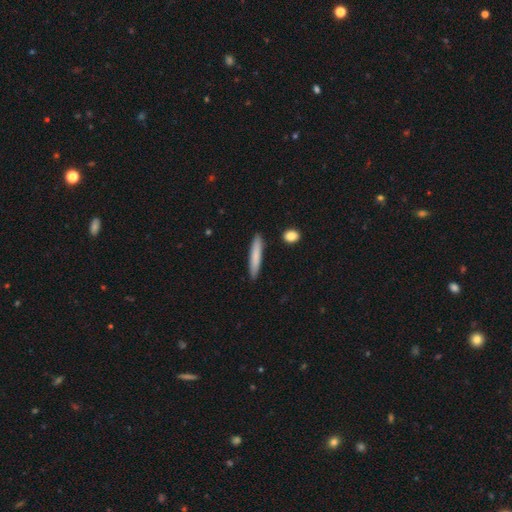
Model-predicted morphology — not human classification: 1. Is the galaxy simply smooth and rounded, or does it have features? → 80% smooth, 14% featured or disk, 6% star or artifact.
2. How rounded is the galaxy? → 92% cigar-shaped, 7% in between, 1% round.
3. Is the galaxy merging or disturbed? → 89% none, 8% minor disturbance, 2% merger, 2% major disturbance.